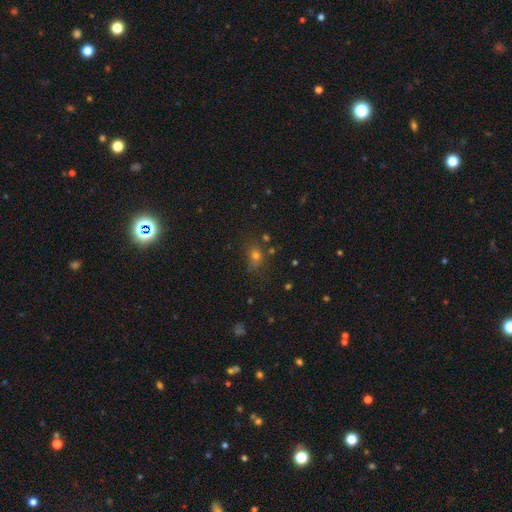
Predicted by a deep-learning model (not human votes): The model was most divided on "smooth or featured": smooth: 60%, star or artifact: 29%, featured or disk: 10%. More confident: how rounded — round (66%); merging — none (65%).